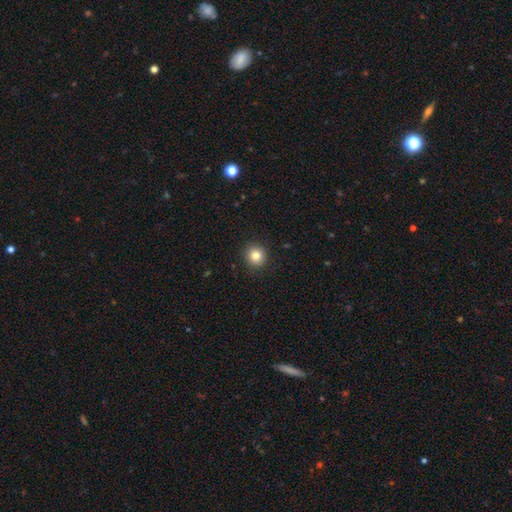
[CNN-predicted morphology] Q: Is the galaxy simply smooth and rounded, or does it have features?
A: smooth — 82%.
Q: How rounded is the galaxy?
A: round — 91%.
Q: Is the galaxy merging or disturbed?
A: none — 92%.